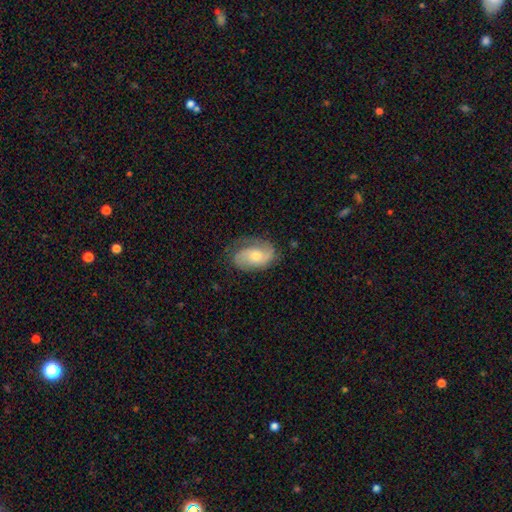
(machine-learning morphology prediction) A featured or disk galaxy (67%) with no bar (66%), 2 (69%) medium (42%) spiral arms (91%) and a moderate central bulge (56%). Merging: none (69%).